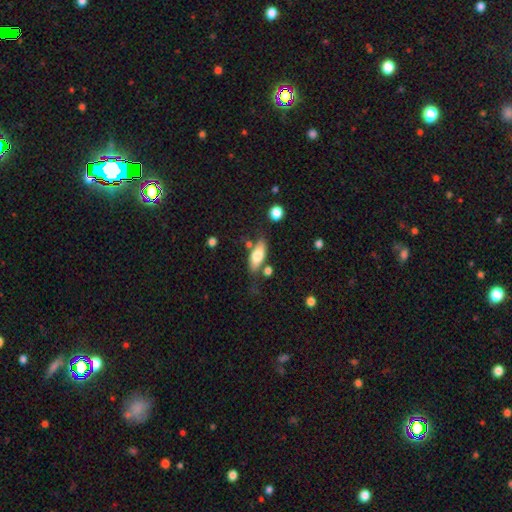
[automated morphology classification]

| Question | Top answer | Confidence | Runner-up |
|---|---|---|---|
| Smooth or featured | smooth | 72% | featured or disk (21%) |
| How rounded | in between | 75% | cigar-shaped (22%) |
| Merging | none | 68% | minor disturbance (18%) |